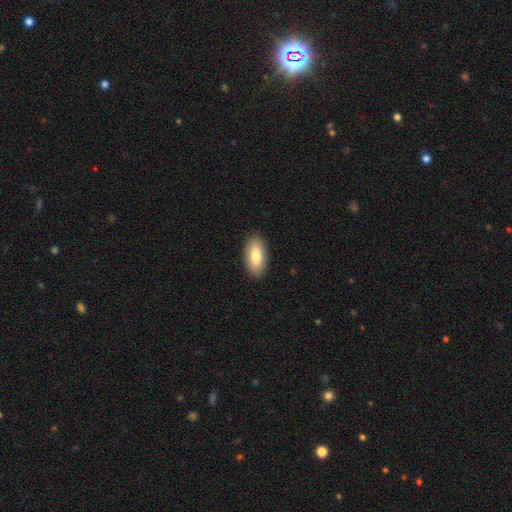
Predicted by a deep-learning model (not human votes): smooth-or-featured: smooth: 81% | featured or disk: 13% | star or artifact: 6%
  how-rounded: in between: 89% | cigar-shaped: 9% | round: 2%
  merging: none: 89% | minor disturbance: 8% | major disturbance: 2% | merger: 1%